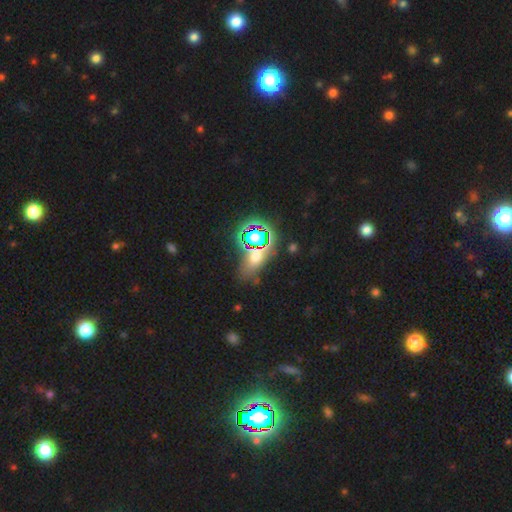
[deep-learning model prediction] Smooth or featured? star or artifact (44%)